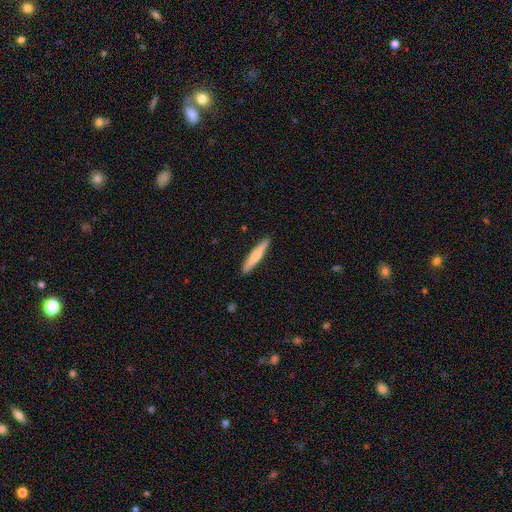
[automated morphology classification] smooth 61%, featured or disk 34%, star or artifact 5%. Down the decision tree: how rounded — cigar-shaped (92%); merging — none (91%).